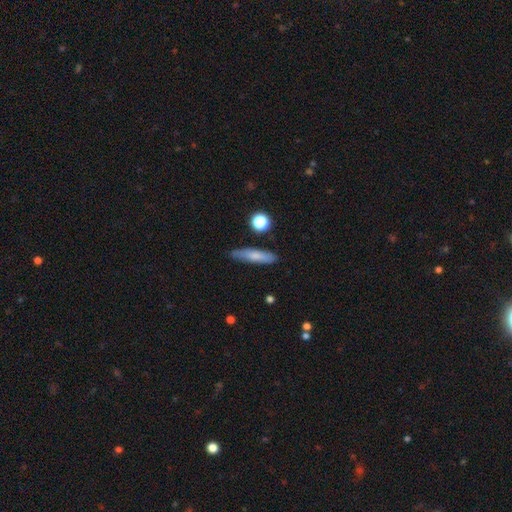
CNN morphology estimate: Q: Smooth or featured?
A: smooth (72%); runner-up: featured or disk (21%)
Q: How rounded?
A: cigar-shaped (76%); runner-up: in between (21%)
Q: Merging?
A: none (83%); runner-up: minor disturbance (12%)